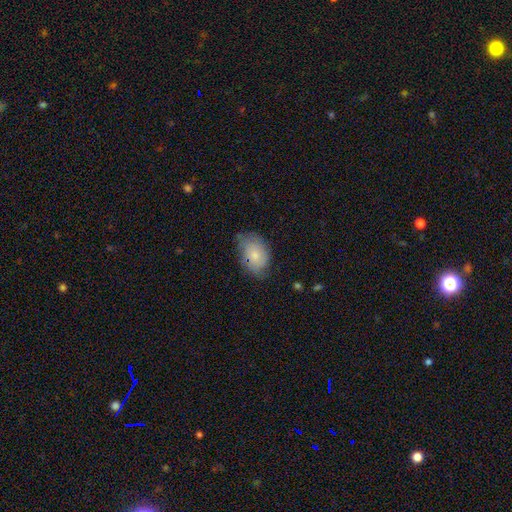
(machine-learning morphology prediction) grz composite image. It shows a smooth galaxy with no disk features (74%) that is in between round and cigar-shaped (85%). Merging: none (65%).